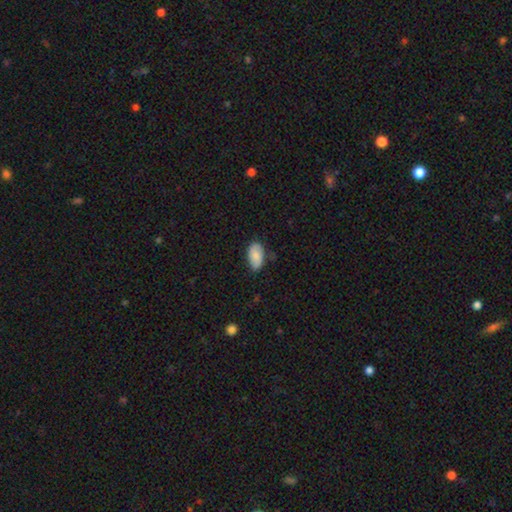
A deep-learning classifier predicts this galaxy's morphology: Smooth or featured? Predicted: smooth (p=0.76). How rounded? Predicted: in between (p=0.94). Merging? Predicted: none (p=0.71).